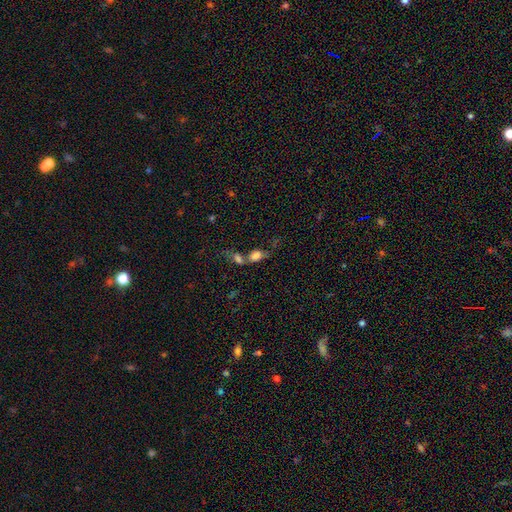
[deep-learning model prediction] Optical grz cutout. It shows a smooth galaxy with no disk features (73%) that is in between round and cigar-shaped (79%). Merging: merger (59%).